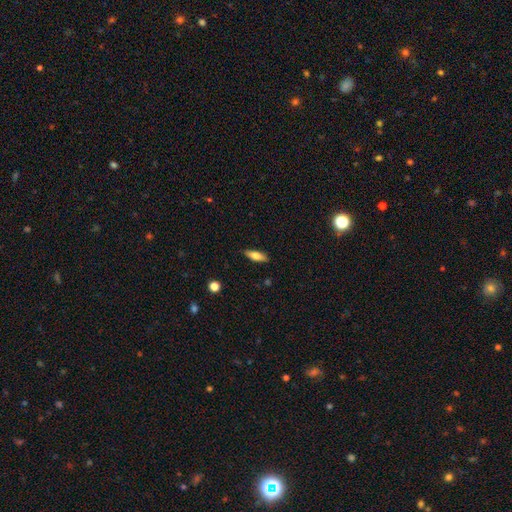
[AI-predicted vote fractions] This is likely a smooth galaxy (69%). How rounded: possibly in between (57%). Merging: clearly none (87%).